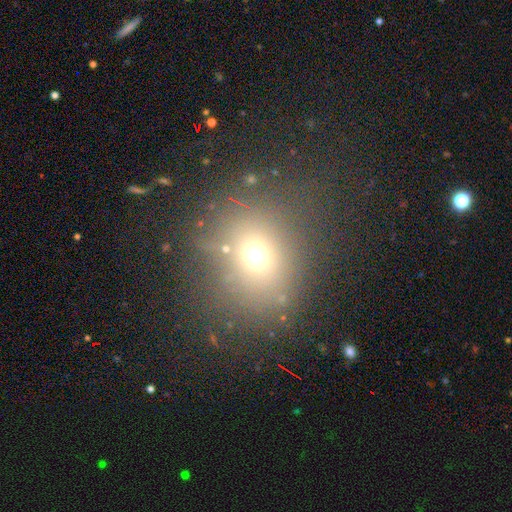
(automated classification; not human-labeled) Smooth or featured?
  - smooth: 64% *
  - star or artifact: 24%
  - featured or disk: 12%
How rounded?
  - round: 72% *
  - in between: 27%
  - cigar-shaped: 1%
Merging?
  - none: 77% *
  - minor disturbance: 12%
  - major disturbance: 7%
  - merger: 4%